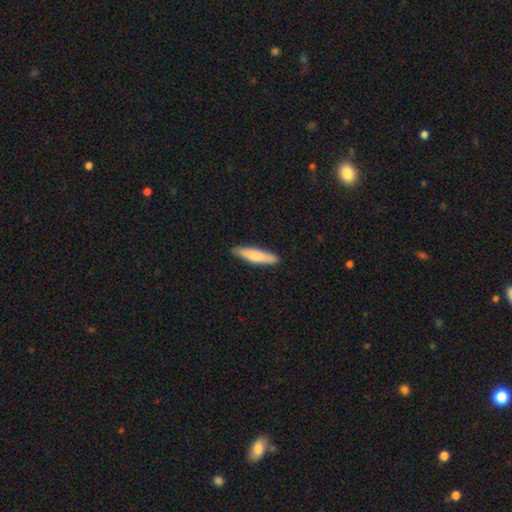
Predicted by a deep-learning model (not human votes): Smooth or featured?
  - smooth: 77% *
  - featured or disk: 18%
  - star or artifact: 5%
How rounded?
  - cigar-shaped: 83% *
  - in between: 16%
  - round: 1%
Merging?
  - none: 87% *
  - minor disturbance: 10%
  - major disturbance: 2%
  - merger: 1%